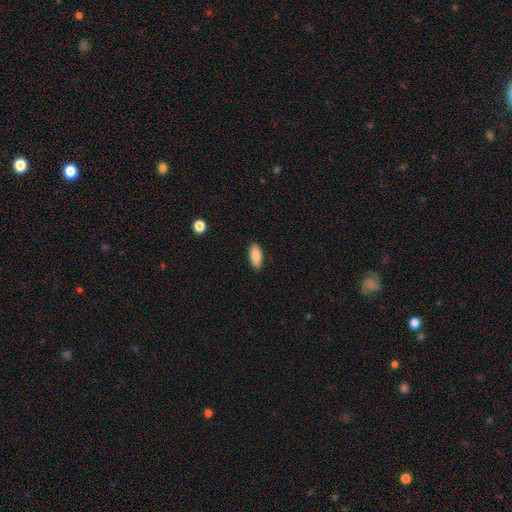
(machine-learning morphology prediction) Smooth or featured?
  - smooth: 86% *
  - featured or disk: 7%
  - star or artifact: 6%
How rounded?
  - in between: 81% *
  - cigar-shaped: 17%
  - round: 2%
Merging?
  - none: 89% *
  - minor disturbance: 8%
  - major disturbance: 2%
  - merger: 1%